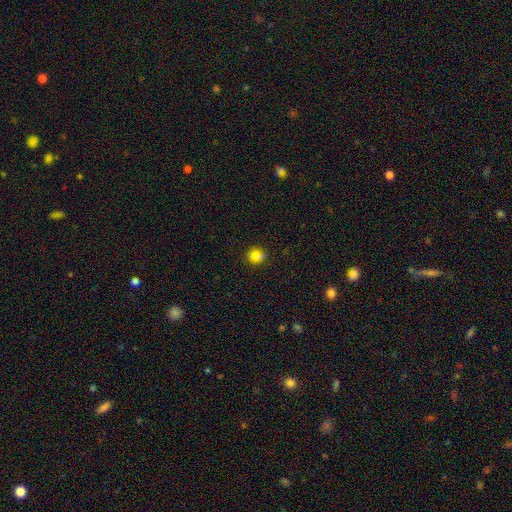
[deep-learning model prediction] A smooth galaxy with no disk features (64%) that is round (80%). Merging: none (84%).